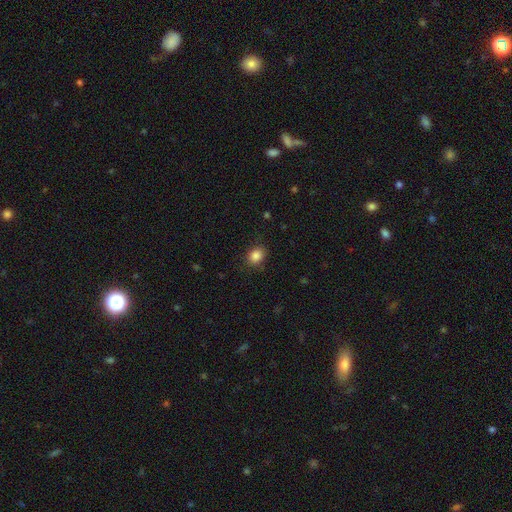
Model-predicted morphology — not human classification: This appears to be a smooth galaxy with no disk features (85%) that is round (52%). Merging: none (85%).